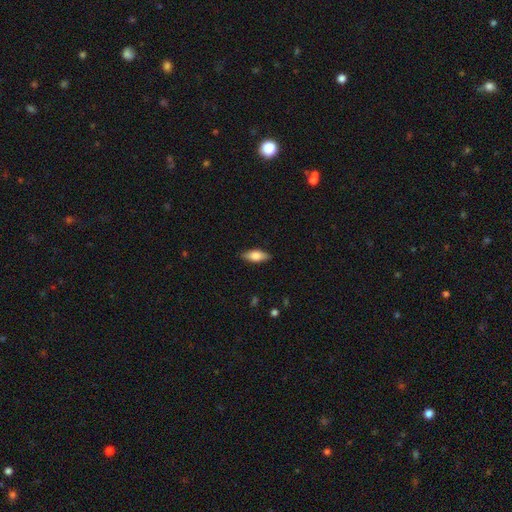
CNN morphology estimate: A smooth galaxy with no disk features (73%) that is in between round and cigar-shaped (76%).

Vote fractions:
- Smooth or featured? smooth: 73% / featured or disk: 21% / star or artifact: 6%
- How rounded? in between: 76% / cigar-shaped: 22% / round: 3%
- Merging? none: 87% / minor disturbance: 10% / major disturbance: 2% / merger: 1%